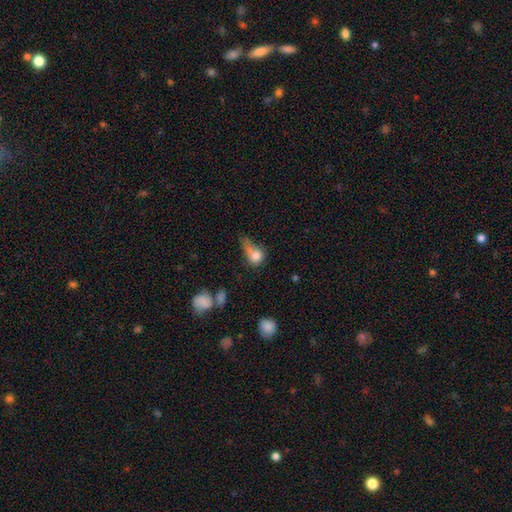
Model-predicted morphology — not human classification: Smooth or featured?
  - smooth: 74% *
  - featured or disk: 15%
  - star or artifact: 10%
How rounded?
  - round: 54% *
  - in between: 42%
  - cigar-shaped: 4%
Merging?
  - major disturbance: 39% *
  - minor disturbance: 26%
  - none: 21%
  - merger: 14%